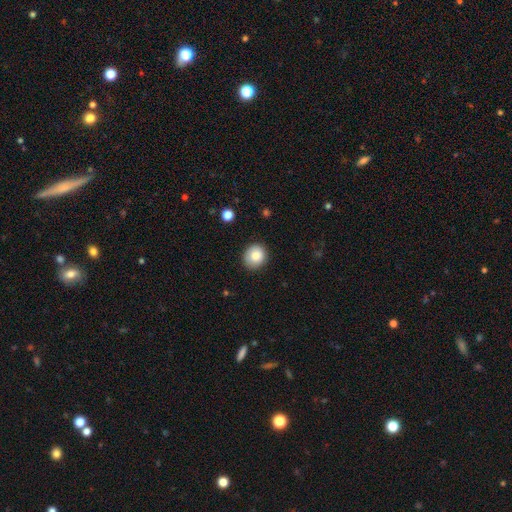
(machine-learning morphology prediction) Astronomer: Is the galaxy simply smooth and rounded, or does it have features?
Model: smooth — 84%.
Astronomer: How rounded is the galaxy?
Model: round — 84%.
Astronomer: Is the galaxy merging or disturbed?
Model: none — 88%.